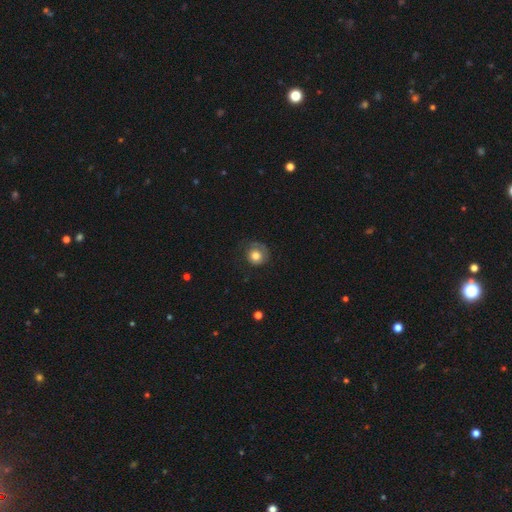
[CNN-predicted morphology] smooth 69%, featured or disk 23%, star or artifact 8%. Down the decision tree: how rounded — round (87%); merging — none (60%).